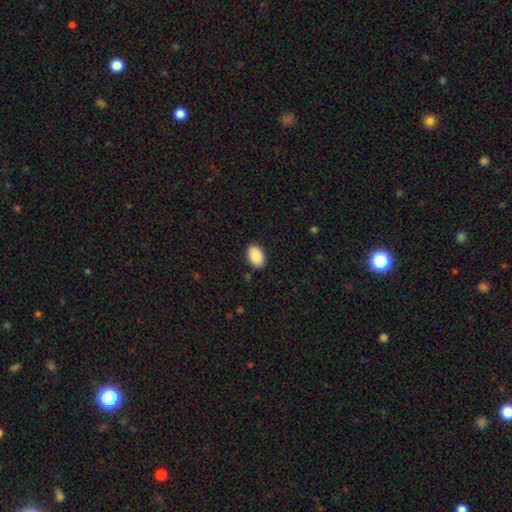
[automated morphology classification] Smooth or featured? Predicted: smooth (p=0.90). How rounded? Predicted: in between (p=0.85). Merging? Predicted: none (p=0.89).